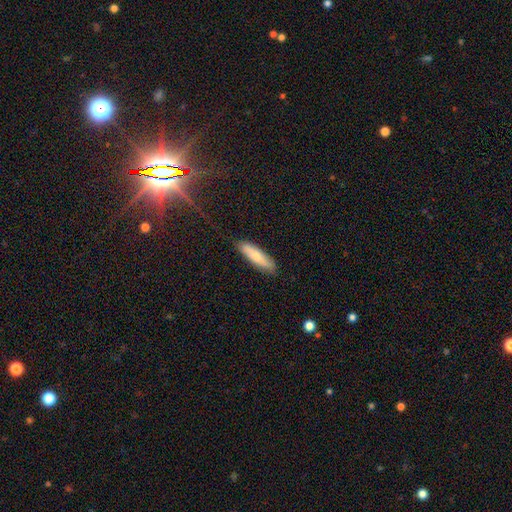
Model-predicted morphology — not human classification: A smooth galaxy with no disk features (73%) that is cigar-shaped (69%).

Vote fractions:
- Smooth or featured? smooth: 73% / featured or disk: 21% / star or artifact: 6%
- How rounded? cigar-shaped: 69% / in between: 29% / round: 2%
- Merging? none: 84% / minor disturbance: 12% / major disturbance: 2% / merger: 1%